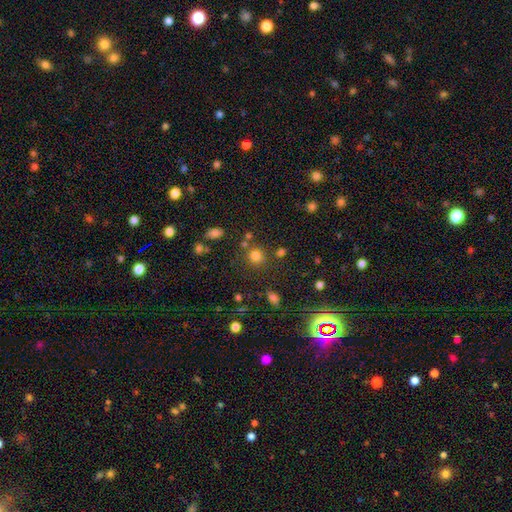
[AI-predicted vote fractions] This appears to be a smooth galaxy with no disk features (77%) that is round (84%). Merging: none (73%).